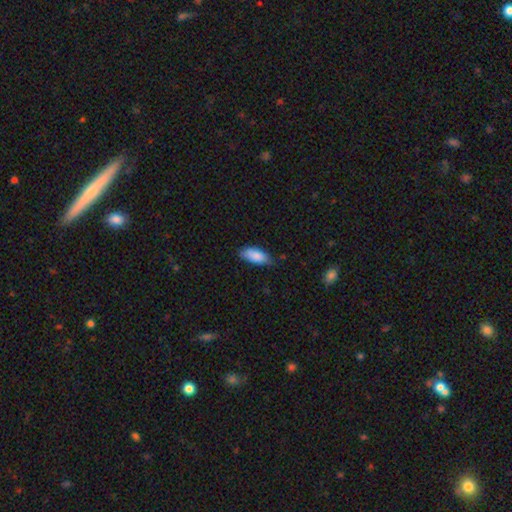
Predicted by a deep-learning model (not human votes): smooth 87%, featured or disk 7%, star or artifact 6%. Down the decision tree: how rounded — in between (86%); merging — none (68%).